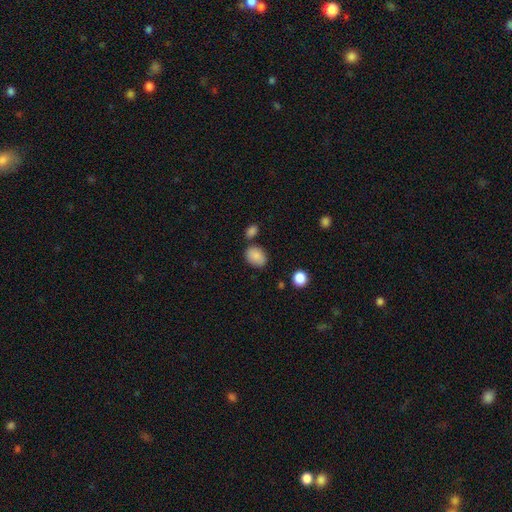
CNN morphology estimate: A smooth galaxy with no disk features (87%) that is in between round and cigar-shaped (66%).

Vote fractions:
- Smooth or featured? smooth: 87% / star or artifact: 8% / featured or disk: 5%
- How rounded? in between: 66% / round: 33% / cigar-shaped: 1%
- Merging? none: 71% / minor disturbance: 16% / merger: 10% / major disturbance: 4%